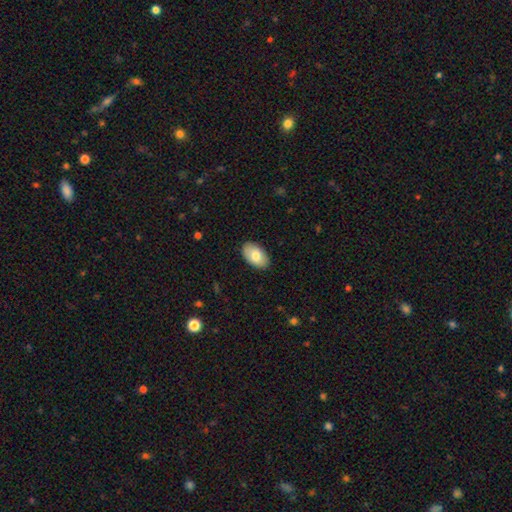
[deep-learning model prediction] Smooth or featured? smooth (78%)
How rounded? in between (93%)
Merging? none (88%)